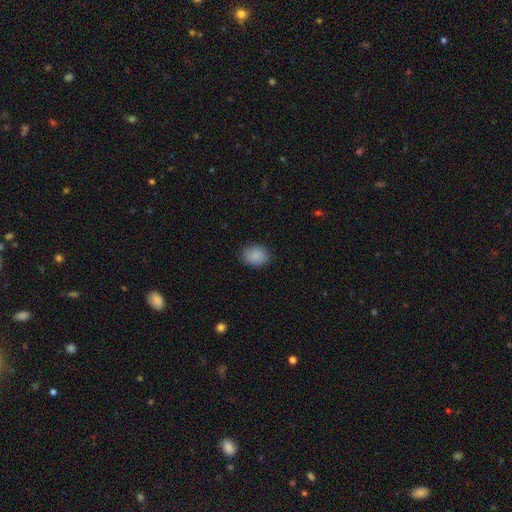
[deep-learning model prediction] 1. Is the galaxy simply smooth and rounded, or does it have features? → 87% smooth, 8% star or artifact, 5% featured or disk.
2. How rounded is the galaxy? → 57% in between, 42% round, 1% cigar-shaped.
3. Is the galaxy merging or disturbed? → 83% none, 13% minor disturbance, 3% major disturbance, 1% merger.